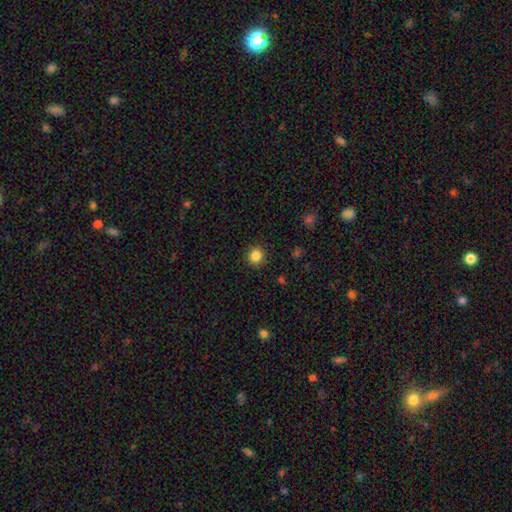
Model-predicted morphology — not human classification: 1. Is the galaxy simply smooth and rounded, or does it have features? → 85% smooth, 11% star or artifact, 4% featured or disk.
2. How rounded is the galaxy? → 94% round, 5% in between, 1% cigar-shaped.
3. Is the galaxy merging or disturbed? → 92% none, 5% minor disturbance, 2% major disturbance, 1% merger.